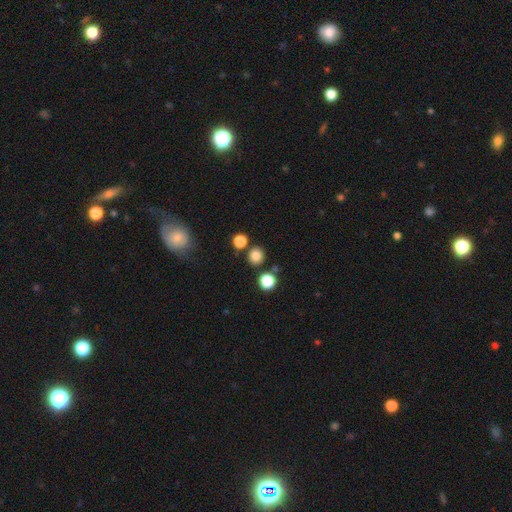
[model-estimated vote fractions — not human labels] Q: Smooth or featured?
A: smooth (81%); runner-up: star or artifact (14%)
Q: How rounded?
A: round (89%); runner-up: in between (10%)
Q: Merging?
A: none (82%); runner-up: merger (8%)